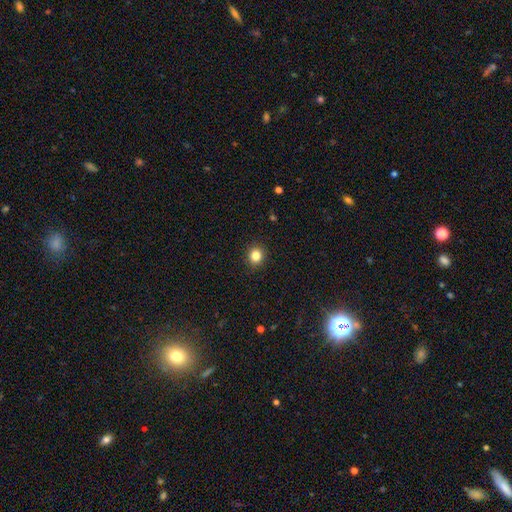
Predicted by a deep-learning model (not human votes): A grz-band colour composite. It shows a smooth galaxy with no disk features (83%) that is round (83%). Merging: none (92%).